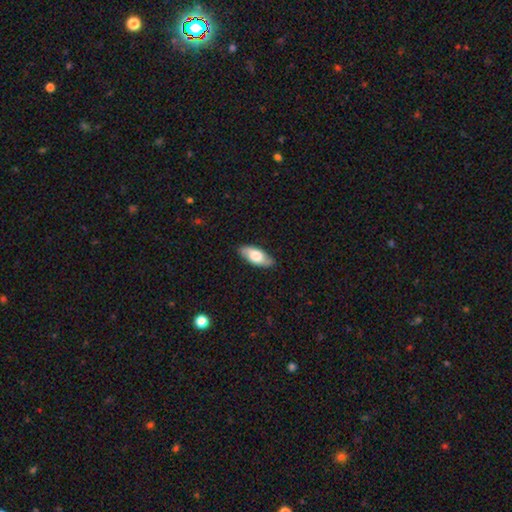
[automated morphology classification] This appears to be a smooth galaxy with no disk features (60%) that is in between round and cigar-shaped (83%). Merging: none (86%).